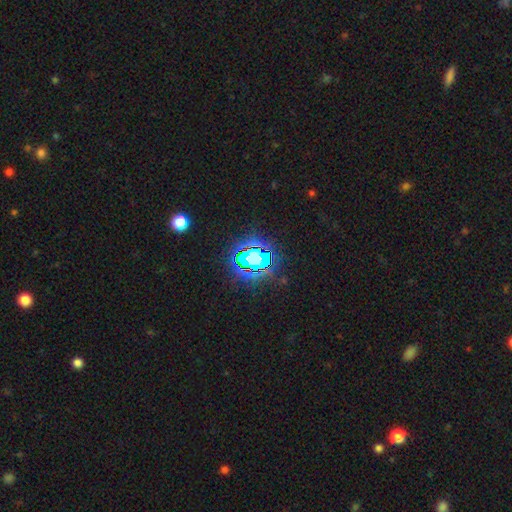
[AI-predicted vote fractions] Smooth or featured? star or artifact (78%)